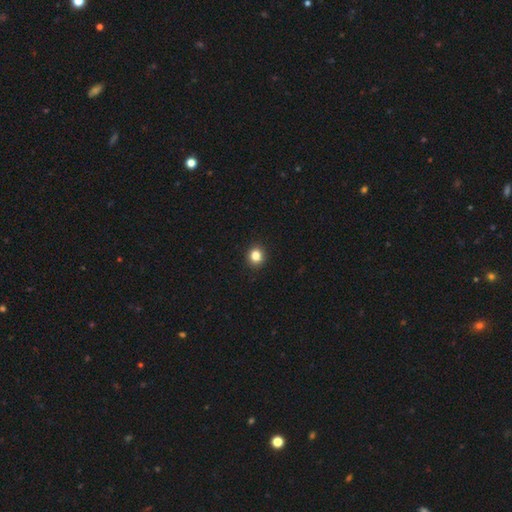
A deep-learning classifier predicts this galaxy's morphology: Overall: smooth (83%). How rounded: round (87%). Merging: none (93%).